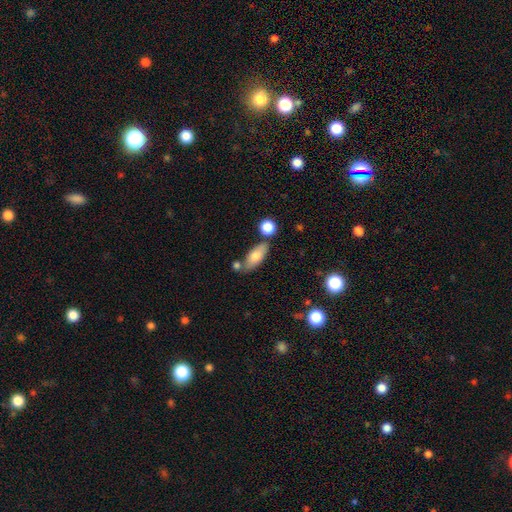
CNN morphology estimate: type=smooth (75%); roundness=in between (78%); merging=none (68%).